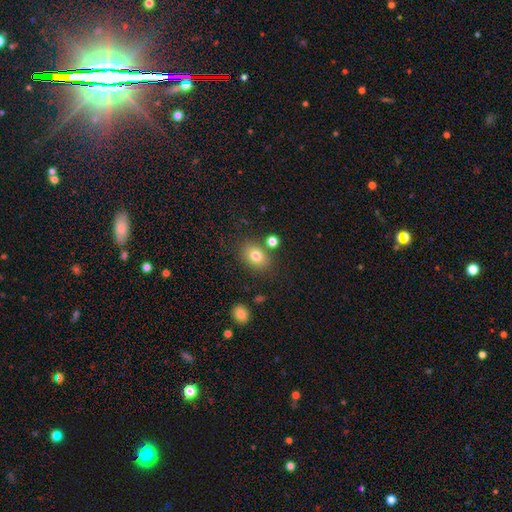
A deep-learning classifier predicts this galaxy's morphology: A smooth galaxy with no disk features (79%) that is in between round and cigar-shaped (65%). Merging: none (78%).